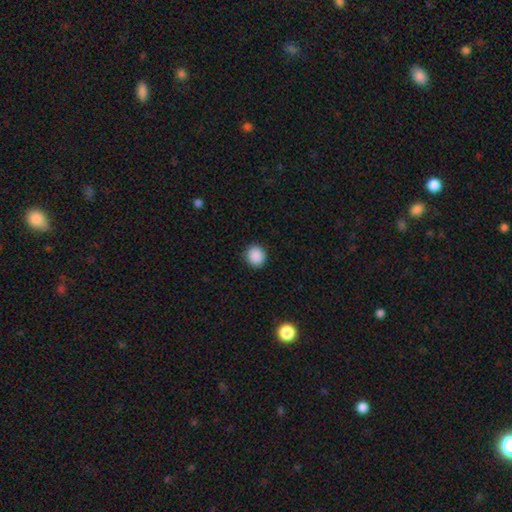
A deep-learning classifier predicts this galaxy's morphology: A smooth galaxy with no disk features (89%) that is round (88%). Merging: none (90%).